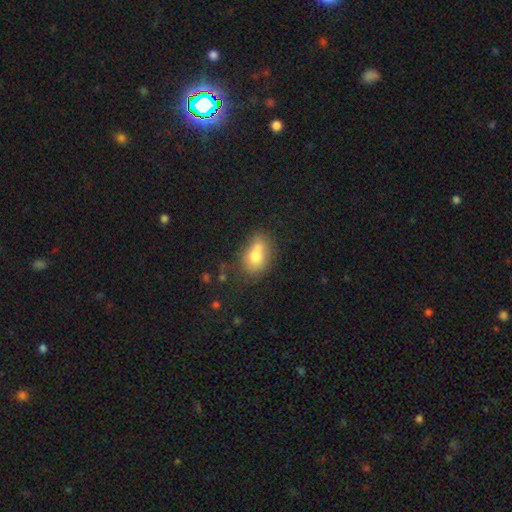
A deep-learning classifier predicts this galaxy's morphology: Smooth or featured? Predicted: smooth (p=0.72). How rounded? Predicted: in between (p=0.69). Merging? Predicted: none (p=0.40).